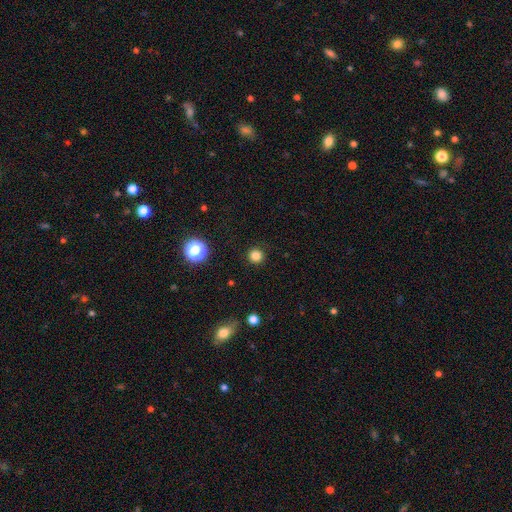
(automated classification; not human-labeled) smooth 82%, star or artifact 14%, featured or disk 4%. Down the decision tree: how rounded — round (95%); merging — none (92%).